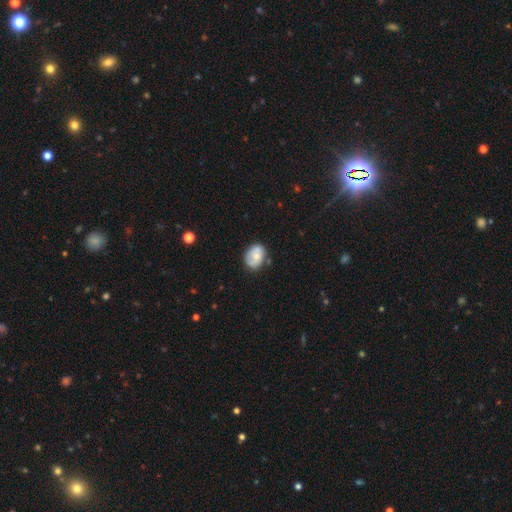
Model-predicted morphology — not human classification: Smooth or featured? smooth (62%)
How rounded? in between (63%)
Merging? none (66%)